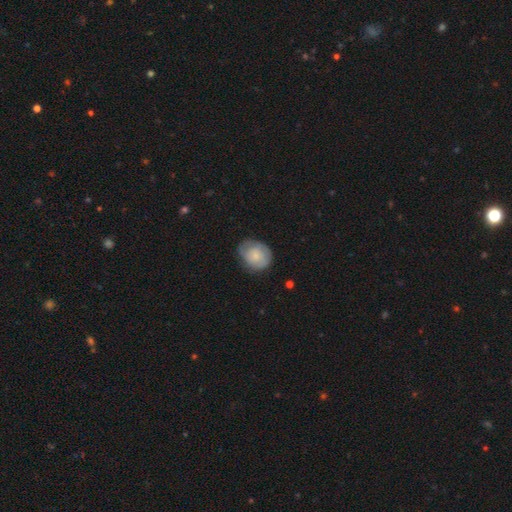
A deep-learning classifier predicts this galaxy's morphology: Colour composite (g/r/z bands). It shows a smooth galaxy with no disk features (69%) that is round (64%). Merging: none (64%).